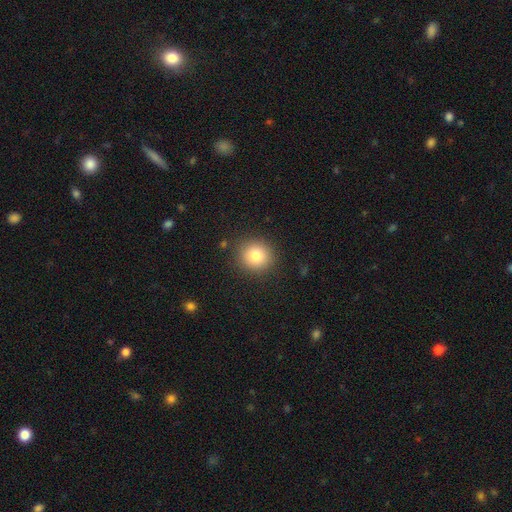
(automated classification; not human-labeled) smooth-or-featured: smooth: 81% | star or artifact: 11% | featured or disk: 8%
  how-rounded: round: 90% | in between: 9% | cigar-shaped: 1%
  merging: none: 88% | minor disturbance: 8% | major disturbance: 3% | merger: 1%